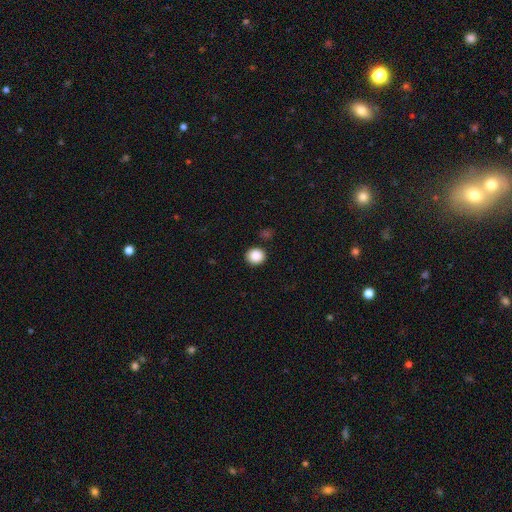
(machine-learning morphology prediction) Smooth or featured?
  - smooth: 88% *
  - star or artifact: 9%
  - featured or disk: 2%
How rounded?
  - round: 87% *
  - in between: 12%
  - cigar-shaped: 1%
Merging?
  - none: 89% *
  - minor disturbance: 6%
  - merger: 2%
  - major disturbance: 2%